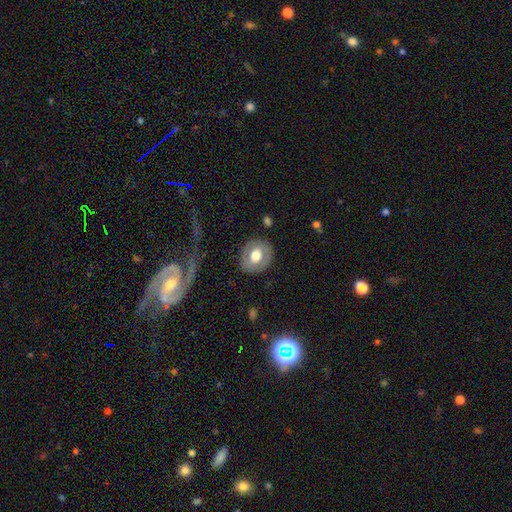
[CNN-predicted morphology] A smooth galaxy with no disk features (56%) that is round (59%). Merging: none (84%).